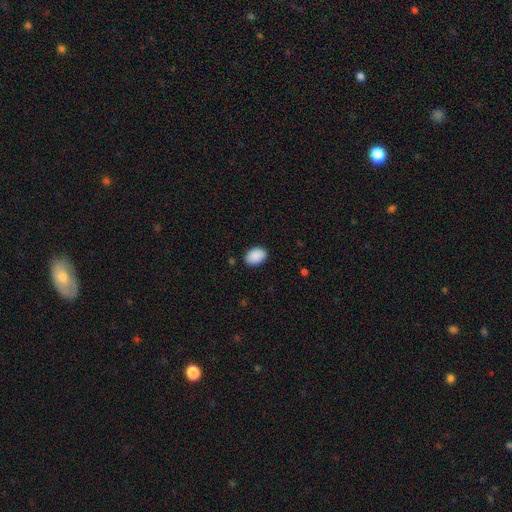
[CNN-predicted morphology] Smooth or featured? Predicted: smooth (p=0.91). How rounded? Predicted: in between (p=0.86). Merging? Predicted: none (p=0.86).